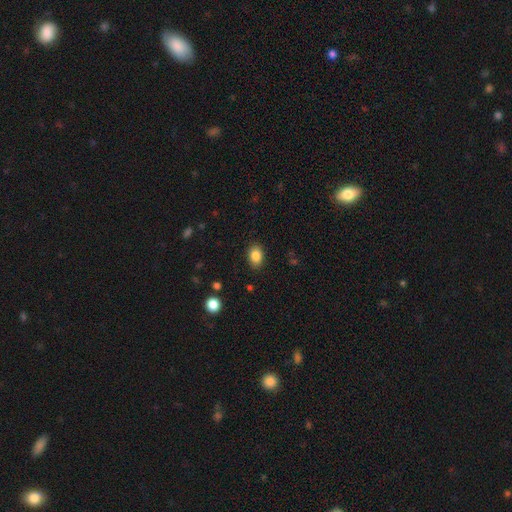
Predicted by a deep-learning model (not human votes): This is clearly a smooth galaxy (85%). How rounded: likely in between (74%). Merging: clearly none (87%).